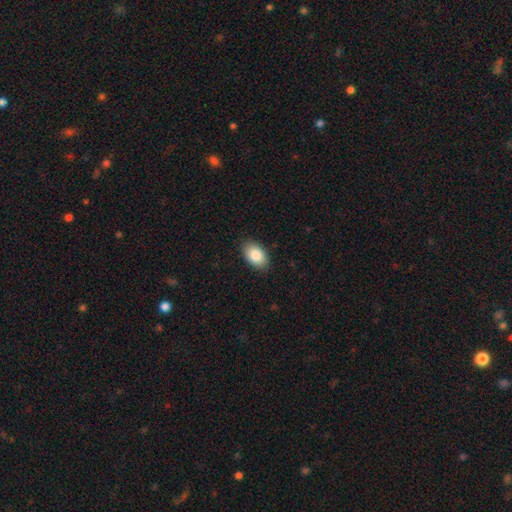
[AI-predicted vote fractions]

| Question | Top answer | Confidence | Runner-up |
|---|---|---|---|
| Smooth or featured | smooth | 87% | star or artifact (7%) |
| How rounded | in between | 91% | round (8%) |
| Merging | none | 87% | minor disturbance (10%) |